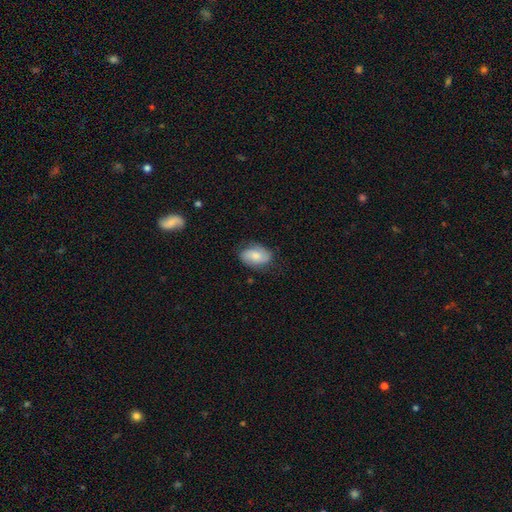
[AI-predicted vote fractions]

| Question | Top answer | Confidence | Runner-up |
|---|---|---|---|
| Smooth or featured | smooth | 61% | featured or disk (32%) |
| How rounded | in between | 87% | round (12%) |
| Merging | none | 74% | minor disturbance (20%) |